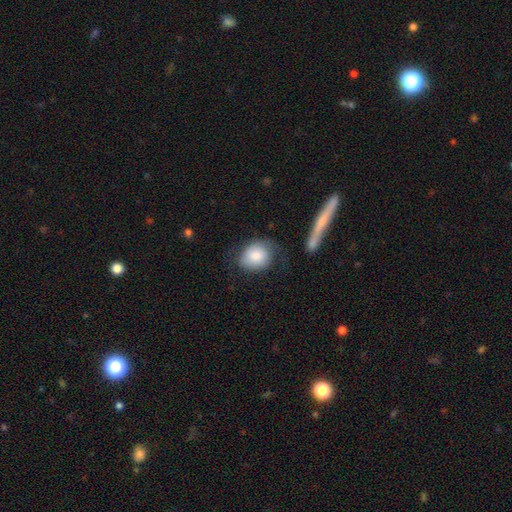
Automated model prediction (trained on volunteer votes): A smooth galaxy with no disk features (77%) that is round (59%). Merging: none (56%).